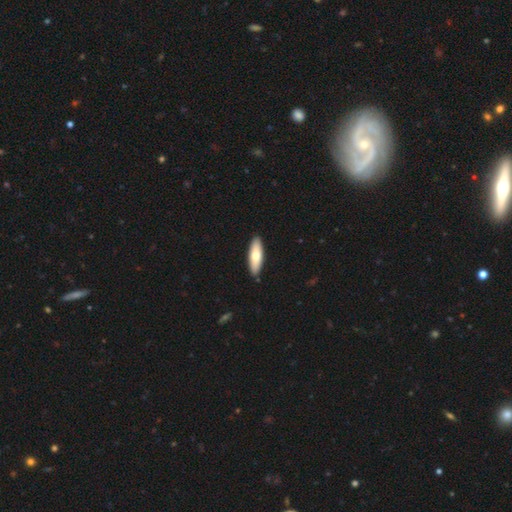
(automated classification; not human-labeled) Q: Smooth or featured?
A: smooth (70%); runner-up: featured or disk (25%)
Q: How rounded?
A: in between (51%); runner-up: cigar-shaped (47%)
Q: Merging?
A: none (90%); runner-up: minor disturbance (7%)